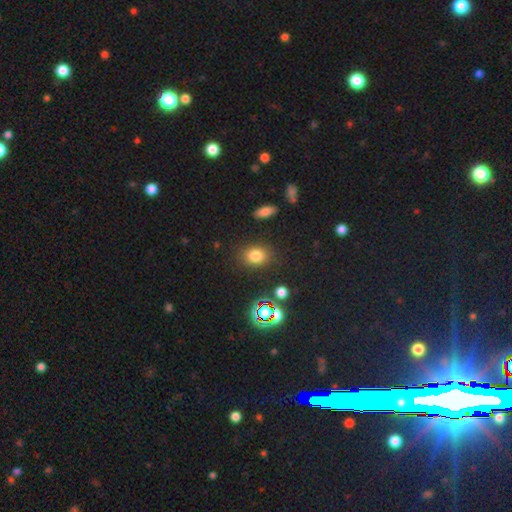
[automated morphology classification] A smooth galaxy with no disk features (73%) that is in between round and cigar-shaped (55%). Merging: none (84%).